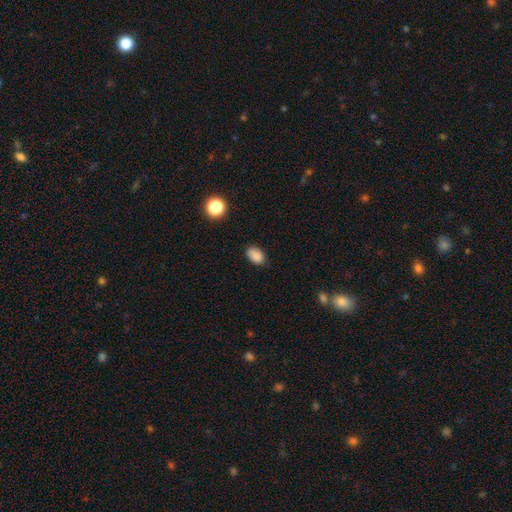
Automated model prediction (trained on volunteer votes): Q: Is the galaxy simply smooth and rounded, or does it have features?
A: smooth — 86%.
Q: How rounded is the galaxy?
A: in between — 85%.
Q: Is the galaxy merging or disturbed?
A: none — 77%.